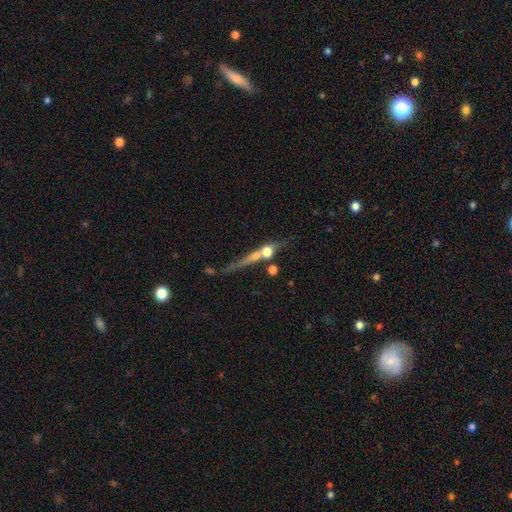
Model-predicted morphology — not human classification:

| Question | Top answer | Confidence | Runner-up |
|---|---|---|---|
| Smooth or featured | featured or disk | 64% | smooth (23%) |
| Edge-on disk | yes | 89% | no (11%) |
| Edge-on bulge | rounded | 75% | none (19%) |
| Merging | none | 62% | merger (19%) |